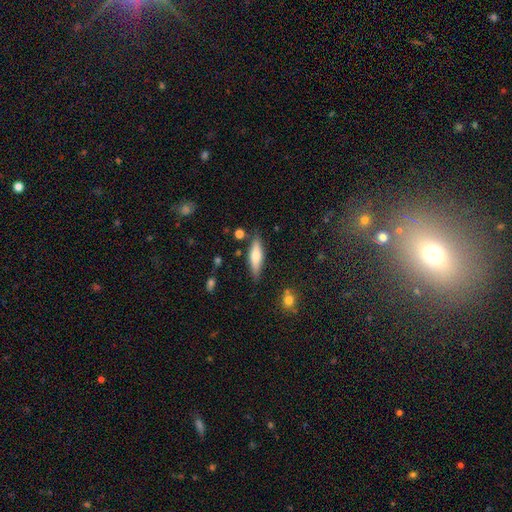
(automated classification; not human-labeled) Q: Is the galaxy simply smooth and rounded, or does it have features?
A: smooth — 60%.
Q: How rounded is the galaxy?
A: cigar-shaped — 61%.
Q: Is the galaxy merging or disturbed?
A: none — 81%.